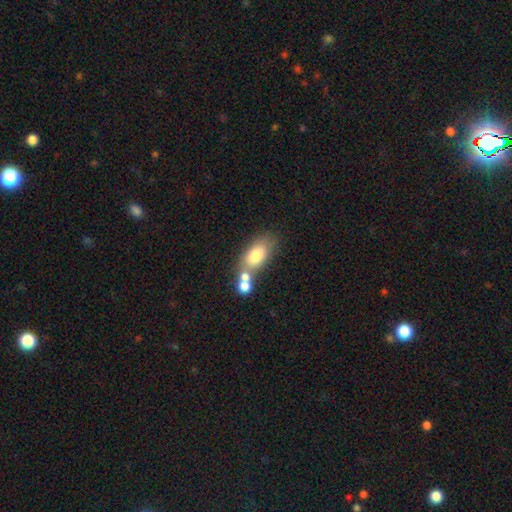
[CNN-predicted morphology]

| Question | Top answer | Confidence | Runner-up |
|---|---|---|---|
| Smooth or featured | smooth | 74% | featured or disk (18%) |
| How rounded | in between | 83% | cigar-shaped (9%) |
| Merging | none | 46% | merger (35%) |